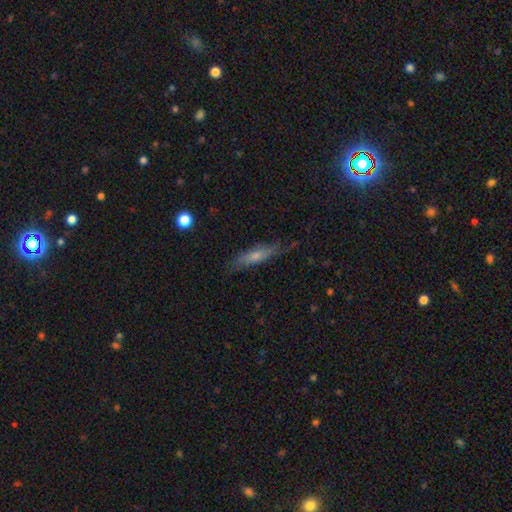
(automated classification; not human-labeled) smooth-or-featured: smooth: 58% | featured or disk: 35% | star or artifact: 7%
  how-rounded: cigar-shaped: 69% | in between: 29% | round: 2%
  merging: none: 72% | minor disturbance: 21% | major disturbance: 5% | merger: 2%